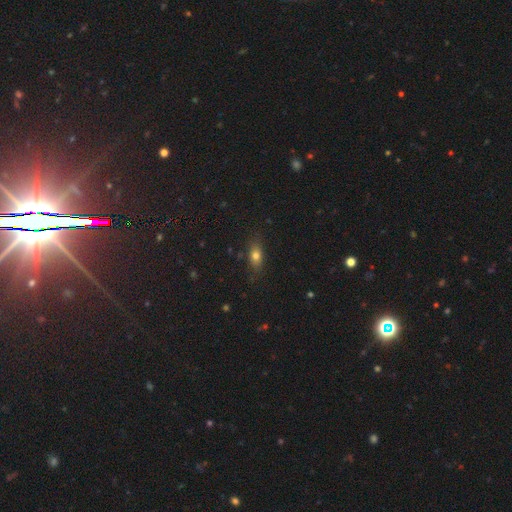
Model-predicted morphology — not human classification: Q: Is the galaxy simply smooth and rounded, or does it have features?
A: smooth — 74%.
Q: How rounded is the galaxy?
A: in between — 72%.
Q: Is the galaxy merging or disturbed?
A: none — 81%.